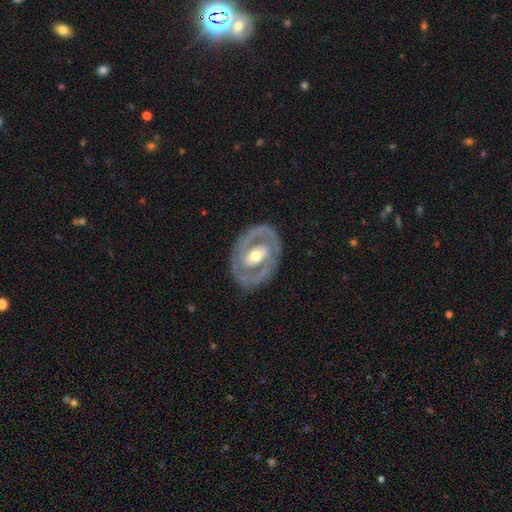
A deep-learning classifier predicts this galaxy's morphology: type=featured or disk (77%); edge-on=no (95%); bar=no (45%); spiral arms=yes (53%); bulge=moderate (71%); merging=none (81%).